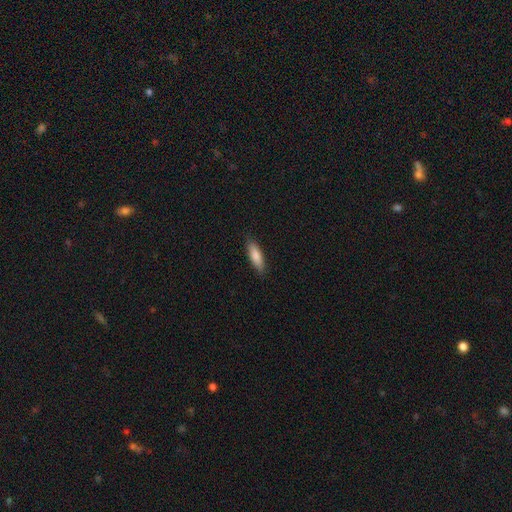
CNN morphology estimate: Smooth or featured?
  - smooth: 82% *
  - featured or disk: 12%
  - star or artifact: 6%
How rounded?
  - in between: 52% *
  - cigar-shaped: 47%
  - round: 2%
Merging?
  - none: 86% *
  - minor disturbance: 11%
  - major disturbance: 2%
  - merger: 1%